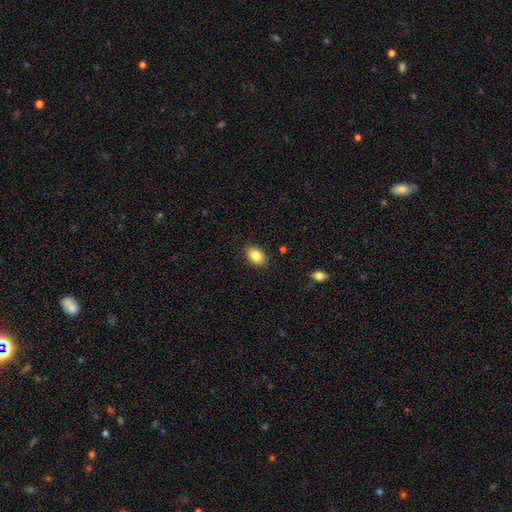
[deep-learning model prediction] The model was most divided on "how rounded": in between: 83%, round: 15%, cigar-shaped: 1%. More confident: merging — none (87%); smooth or featured — smooth (85%).